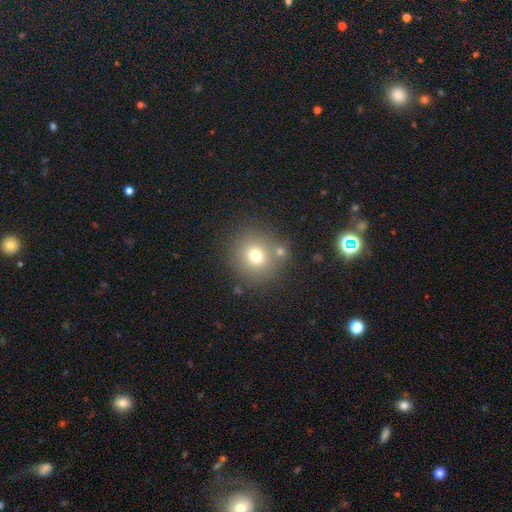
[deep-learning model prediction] A smooth galaxy with no disk features (72%) that is round (91%).

Vote fractions:
- Smooth or featured? smooth: 72% / star or artifact: 15% / featured or disk: 13%
- How rounded? round: 91% / in between: 8% / cigar-shaped: 1%
- Merging? none: 76% / merger: 11% / minor disturbance: 9% / major disturbance: 4%